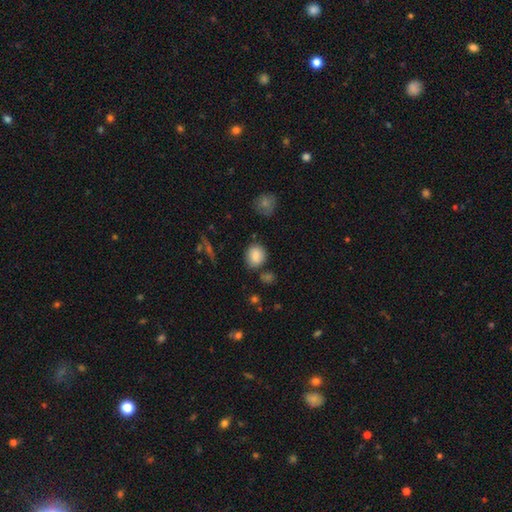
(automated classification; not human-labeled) Smooth or featured? smooth (85%)
How rounded? round (65%)
Merging? none (77%)